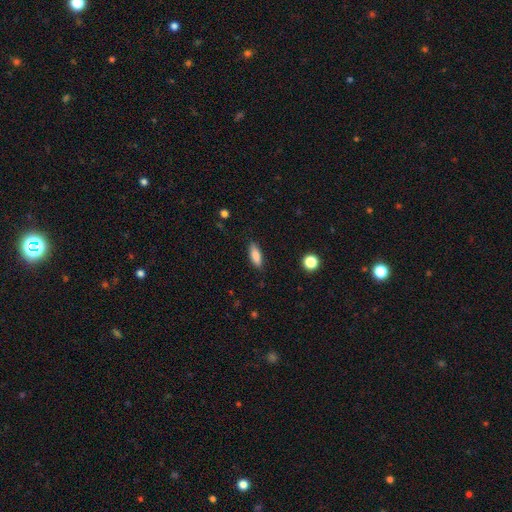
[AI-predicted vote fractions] A smooth galaxy with no disk features (82%) that is in between round and cigar-shaped (64%). Merging: none (85%).